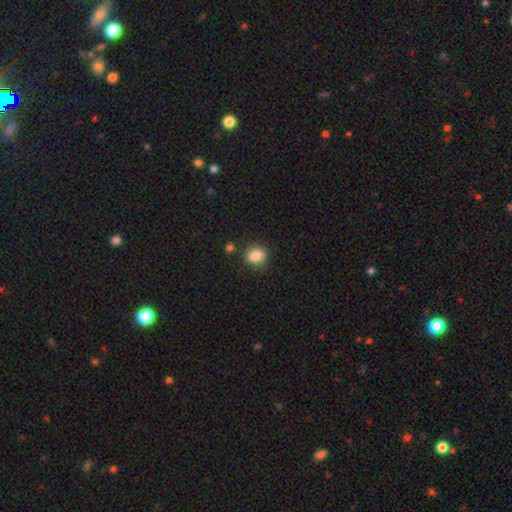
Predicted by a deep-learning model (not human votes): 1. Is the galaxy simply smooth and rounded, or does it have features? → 85% smooth, 9% star or artifact, 5% featured or disk.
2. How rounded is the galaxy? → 72% round, 27% in between, 1% cigar-shaped.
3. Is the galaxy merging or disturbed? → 86% none, 9% minor disturbance, 4% merger, 2% major disturbance.